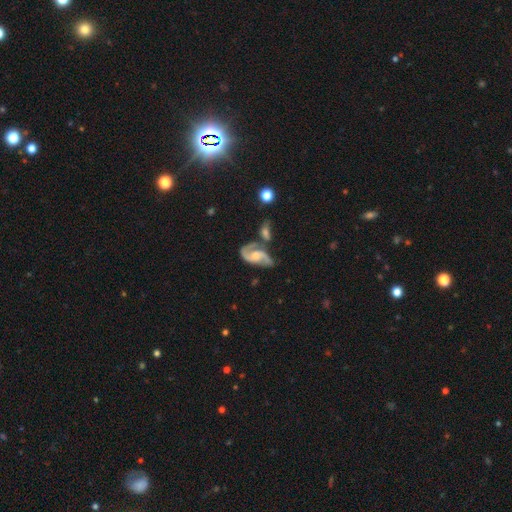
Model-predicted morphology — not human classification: Smooth or featured?
  - featured or disk: 85% *
  - smooth: 9%
  - star or artifact: 6%
Edge-on disk?
  - no: 97% *
  - yes: 3%
Bar?
  - no: 51% *
  - weak: 39%
  - strong: 9%
Spiral arms?
  - yes: 96% *
  - no: 4%
Spiral winding?
  - medium: 50% *
  - loose: 35%
  - tight: 15%
Spiral arm count?
  - 2: 90% *
  - can't tell: 3%
  - 1: 3%
  - 3: 1%
  - 4: 1%
  - more than 4: 1%
Bulge size?
  - moderate: 44% *
  - small: 35%
  - none: 13%
  - large: 7%
  - dominant: 2%
Merging?
  - none: 42% *
  - merger: 30%
  - minor disturbance: 18%
  - major disturbance: 11%